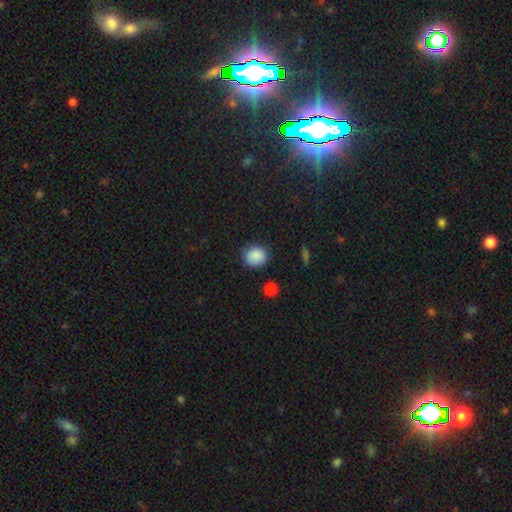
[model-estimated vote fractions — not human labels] Q: Smooth or featured?
A: smooth (87%); runner-up: star or artifact (9%)
Q: How rounded?
A: round (79%); runner-up: in between (20%)
Q: Merging?
A: none (81%); runner-up: minor disturbance (14%)